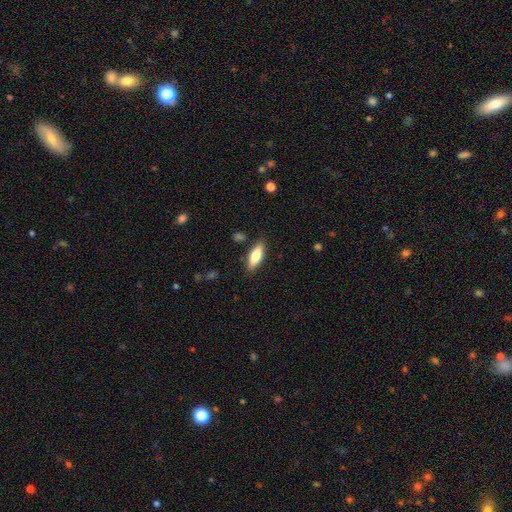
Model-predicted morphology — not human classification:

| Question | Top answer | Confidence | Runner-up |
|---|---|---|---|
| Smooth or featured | smooth | 76% | featured or disk (18%) |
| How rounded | in between | 60% | cigar-shaped (37%) |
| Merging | none | 84% | minor disturbance (12%) |